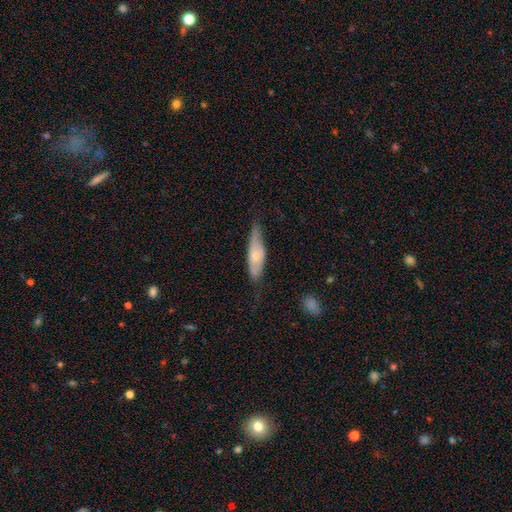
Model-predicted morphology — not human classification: The model was most divided on "smooth or featured": smooth: 56%, featured or disk: 38%, star or artifact: 6%. More confident: merging — none (59%); how rounded — cigar-shaped (59%).